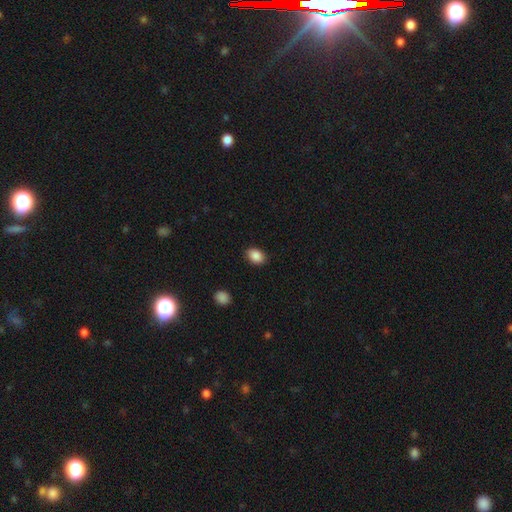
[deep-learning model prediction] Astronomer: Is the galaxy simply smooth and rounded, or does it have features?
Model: smooth — 88%.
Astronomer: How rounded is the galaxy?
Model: in between — 78%.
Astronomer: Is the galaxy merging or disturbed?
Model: none — 87%.